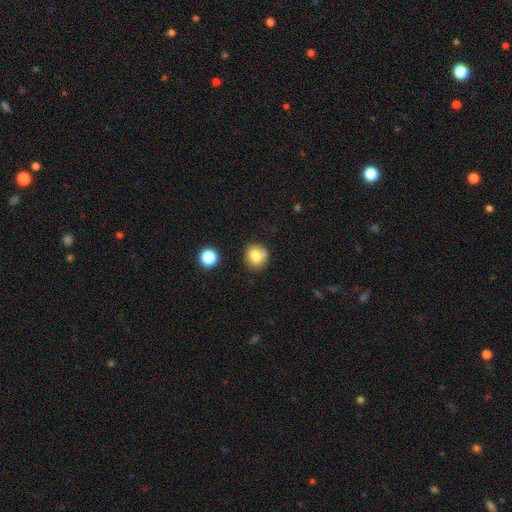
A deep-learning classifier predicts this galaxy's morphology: smooth_or_featured: smooth (p=0.79) [alt: star or artifact p=0.11]
how_rounded: round (p=0.85) [alt: in between p=0.14]
merging: none (p=0.77) [alt: minor disturbance p=0.14]